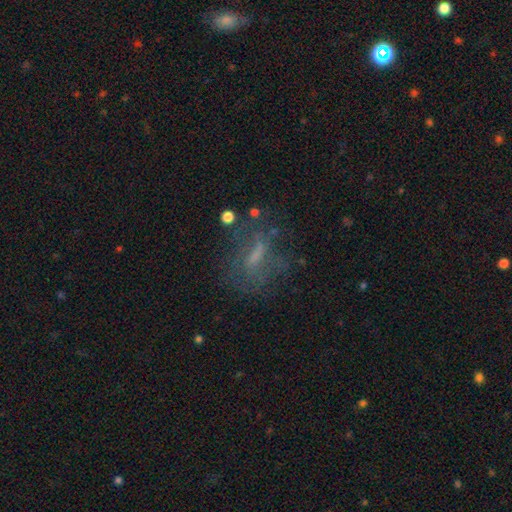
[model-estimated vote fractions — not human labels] Smooth or featured?
  - featured or disk: 45% *
  - smooth: 37%
  - star or artifact: 18%
Merging?
  - none: 57% *
  - major disturbance: 21%
  - minor disturbance: 18%
  - merger: 4%